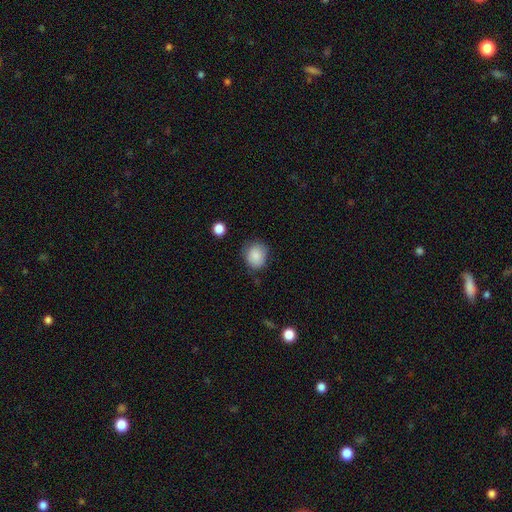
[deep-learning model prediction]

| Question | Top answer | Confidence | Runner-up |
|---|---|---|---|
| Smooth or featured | smooth | 86% | star or artifact (9%) |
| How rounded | round | 66% | in between (33%) |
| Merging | none | 70% | minor disturbance (22%) |